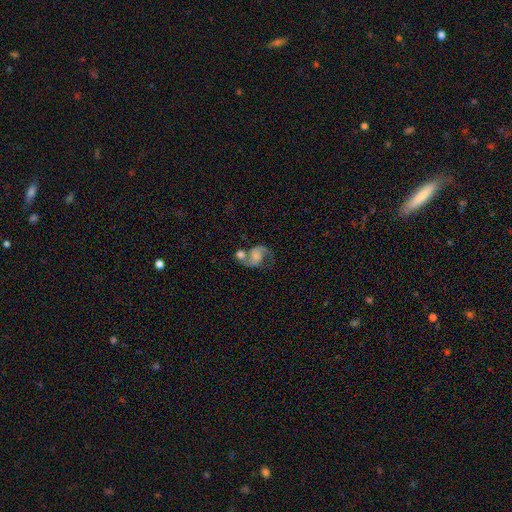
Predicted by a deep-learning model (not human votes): Smooth or featured?
  - featured or disk: 71% *
  - smooth: 20%
  - star or artifact: 8%
Edge-on disk?
  - no: 98% *
  - yes: 2%
Bar?
  - no: 63% *
  - weak: 30%
  - strong: 6%
Spiral arms?
  - yes: 91% *
  - no: 9%
Spiral winding?
  - loose: 49% *
  - medium: 41%
  - tight: 10%
Spiral arm count?
  - 2: 86% *
  - 1: 7%
  - can't tell: 4%
  - 3: 1%
  - 4: 1%
  - more than 4: 1%
Bulge size?
  - small: 32% *
  - none: 28%
  - moderate: 26%
  - large: 11%
  - dominant: 3%
Merging?
  - merger: 36% *
  - none: 35%
  - minor disturbance: 15%
  - major disturbance: 14%